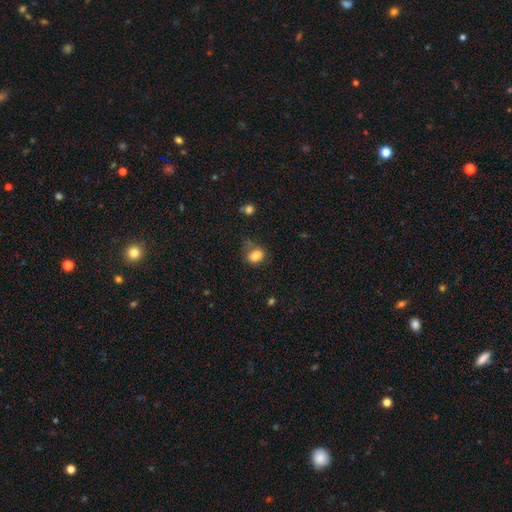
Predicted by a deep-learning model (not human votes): A smooth galaxy with no disk features (82%) that is in between round and cigar-shaped (55%). Merging: none (64%).